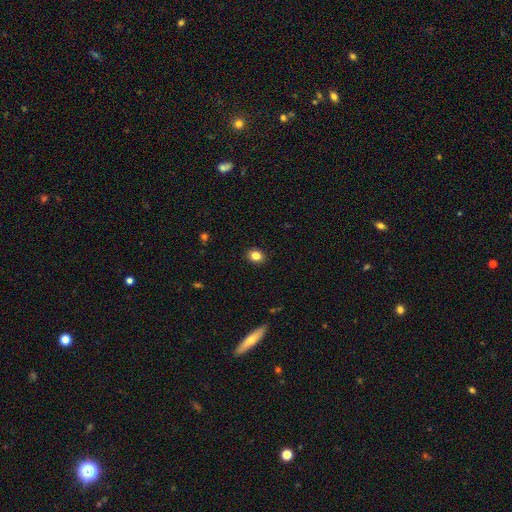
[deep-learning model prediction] Smooth or featured: smooth — 84% (star or artifact — 10%)
How rounded: in between — 51% (round — 48%)
Merging: none — 91% (minor disturbance — 7%)